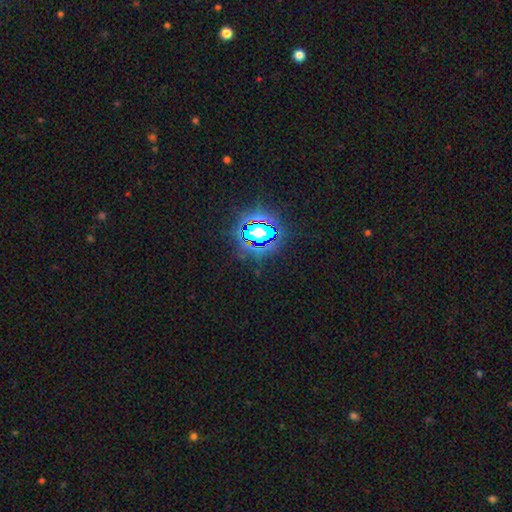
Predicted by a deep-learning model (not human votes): The model was most divided on "smooth or featured": star or artifact: 79%, smooth: 13%, featured or disk: 8%.